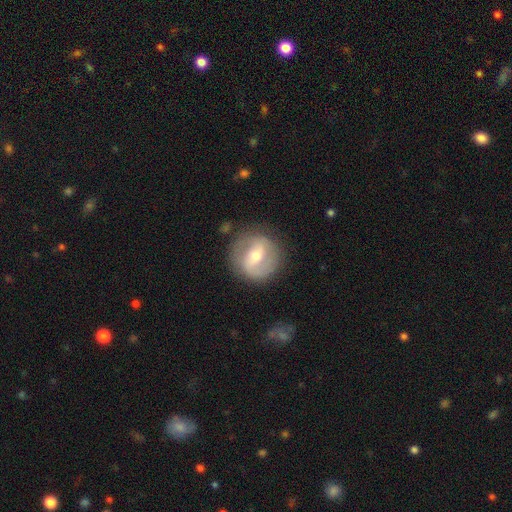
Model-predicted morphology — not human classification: This appears to be a featured or disk galaxy (66%) with a weak bar (43%), spiral arms (70%) and a moderate central bulge (63%). Merging: none (82%).